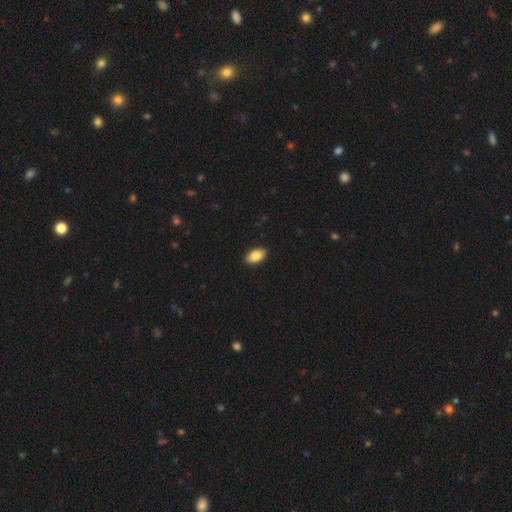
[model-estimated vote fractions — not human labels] This is clearly a smooth galaxy (86%). How rounded: clearly in between (94%). Merging: clearly none (90%).